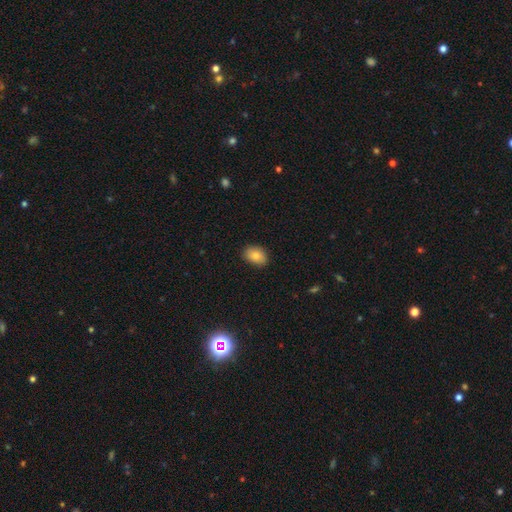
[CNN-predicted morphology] Smooth or featured? smooth (83%)
How rounded? in between (78%)
Merging? none (86%)